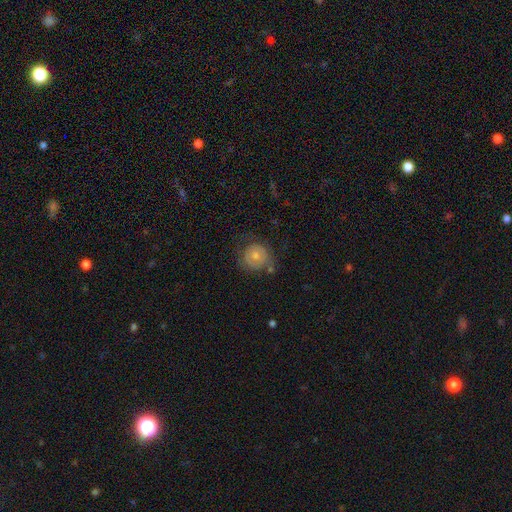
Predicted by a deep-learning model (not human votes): smooth-or-featured: smooth: 55% | featured or disk: 36% | star or artifact: 8%
  how-rounded: round: 88% | in between: 11% | cigar-shaped: 1%
  merging: none: 57% | minor disturbance: 24% | major disturbance: 14% | merger: 5%